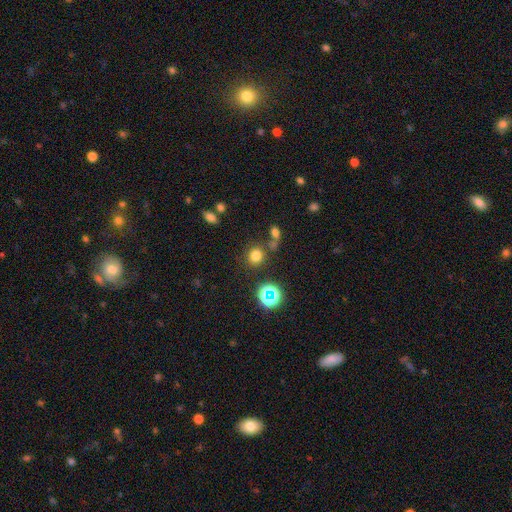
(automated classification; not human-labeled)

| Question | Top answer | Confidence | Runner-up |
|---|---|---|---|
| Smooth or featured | smooth | 73% | star or artifact (19%) |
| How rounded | round | 84% | in between (15%) |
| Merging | none | 74% | merger (11%) |